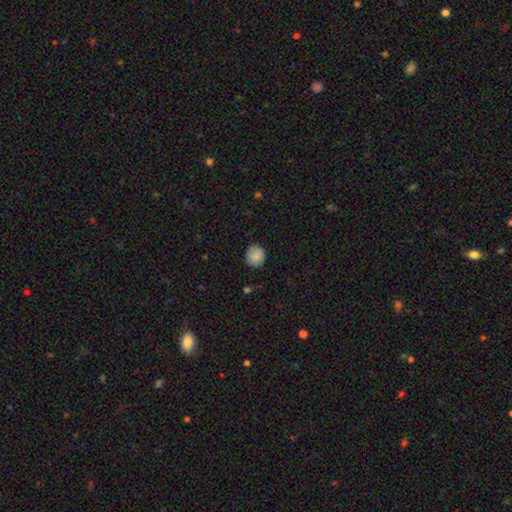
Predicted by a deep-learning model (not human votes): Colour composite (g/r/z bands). It shows a smooth galaxy with no disk features (85%) that is round (82%). Merging: none (85%).